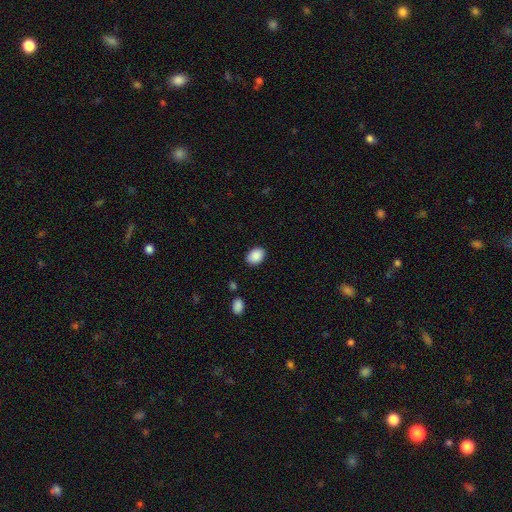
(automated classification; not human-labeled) A smooth galaxy with no disk features (89%) that is in between round and cigar-shaped (72%). Merging: none (86%).